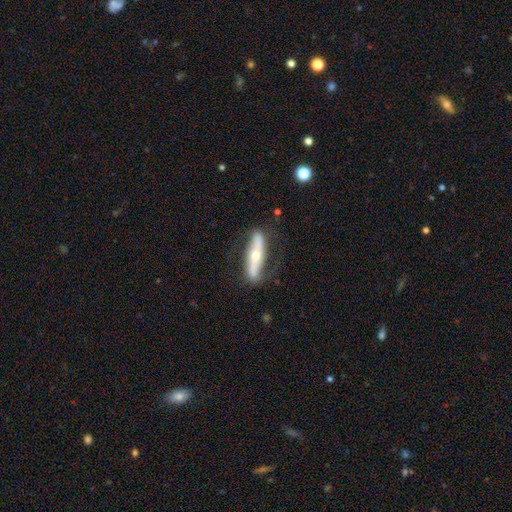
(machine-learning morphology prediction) Smooth or featured: featured or disk — 66% (smooth — 29%)
Edge-on disk: yes — 59% (no — 41%)
Merging: none — 76% (minor disturbance — 16%)